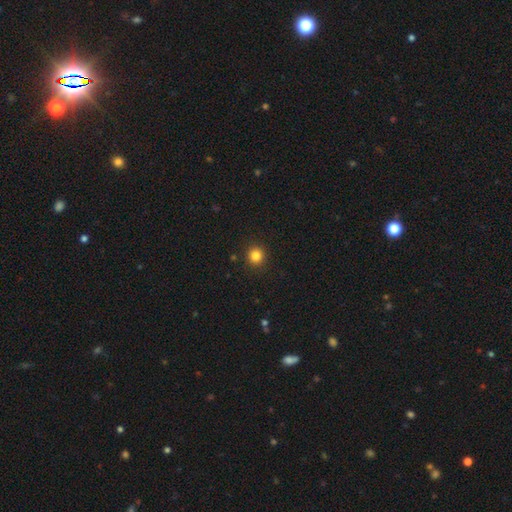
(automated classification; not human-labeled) Smooth or featured?
  - smooth: 84% *
  - star or artifact: 12%
  - featured or disk: 4%
How rounded?
  - round: 94% *
  - in between: 5%
  - cigar-shaped: 1%
Merging?
  - none: 92% *
  - minor disturbance: 5%
  - major disturbance: 2%
  - merger: 1%